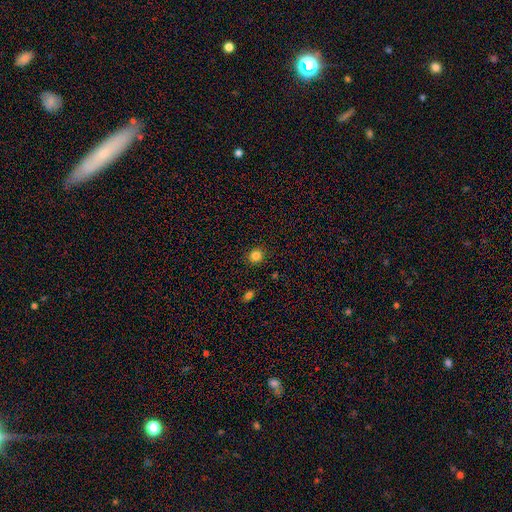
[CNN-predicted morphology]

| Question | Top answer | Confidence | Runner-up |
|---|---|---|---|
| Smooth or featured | smooth | 82% | star or artifact (13%) |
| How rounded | round | 88% | in between (11%) |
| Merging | none | 90% | minor disturbance (6%) |